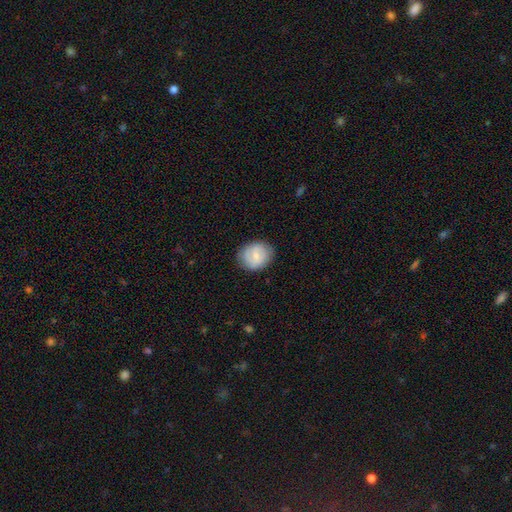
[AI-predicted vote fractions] Morphology: type=smooth (66%); roundness=round (63%); merging=none (82%).